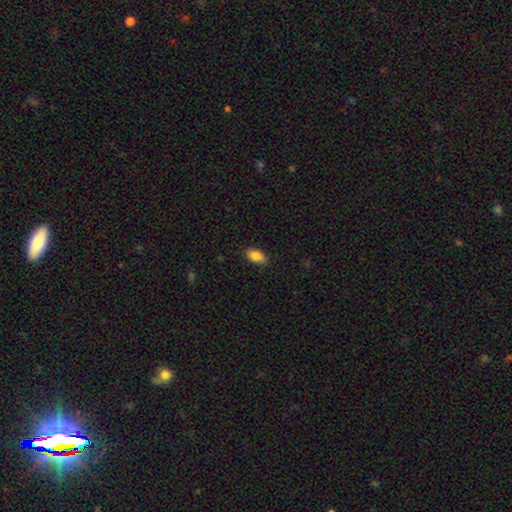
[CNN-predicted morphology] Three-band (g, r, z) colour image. It shows a smooth galaxy with no disk features (87%) that is in between round and cigar-shaped (91%). Merging: none (83%).